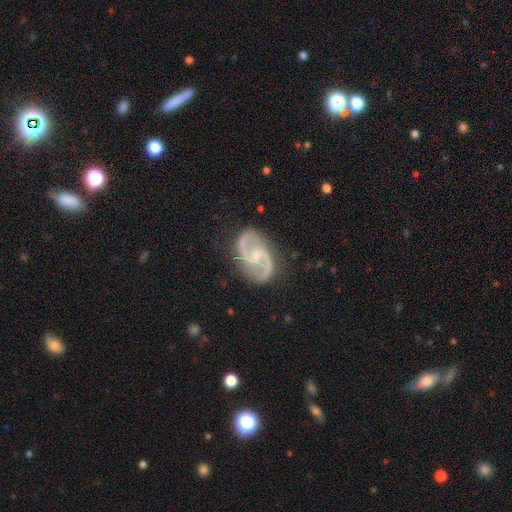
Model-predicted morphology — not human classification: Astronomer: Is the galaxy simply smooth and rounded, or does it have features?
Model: featured or disk — 92%.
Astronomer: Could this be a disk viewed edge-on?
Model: no — 98%.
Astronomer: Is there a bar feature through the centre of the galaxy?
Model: weak — 44% (runner-up: no, 41%).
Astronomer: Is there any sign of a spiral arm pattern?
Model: yes — 98%.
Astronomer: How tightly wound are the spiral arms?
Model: medium — 58%.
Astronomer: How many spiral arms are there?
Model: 2 — 94%.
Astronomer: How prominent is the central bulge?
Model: small — 66%.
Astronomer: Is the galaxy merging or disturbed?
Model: none — 84%.